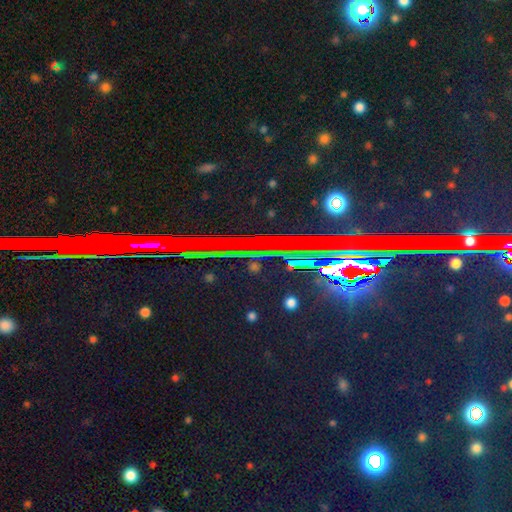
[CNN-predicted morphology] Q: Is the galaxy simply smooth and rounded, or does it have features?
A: star or artifact — 84%.